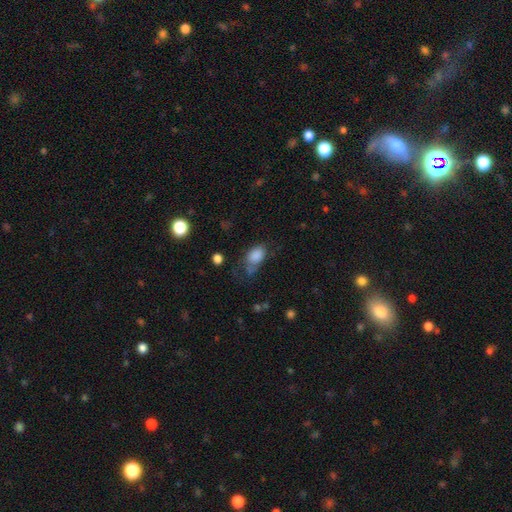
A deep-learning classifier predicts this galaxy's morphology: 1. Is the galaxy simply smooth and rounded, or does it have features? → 82% smooth, 10% star or artifact, 8% featured or disk.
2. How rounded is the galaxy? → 82% in between, 16% round, 2% cigar-shaped.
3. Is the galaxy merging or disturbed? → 41% none, 30% minor disturbance, 20% major disturbance, 8% merger.